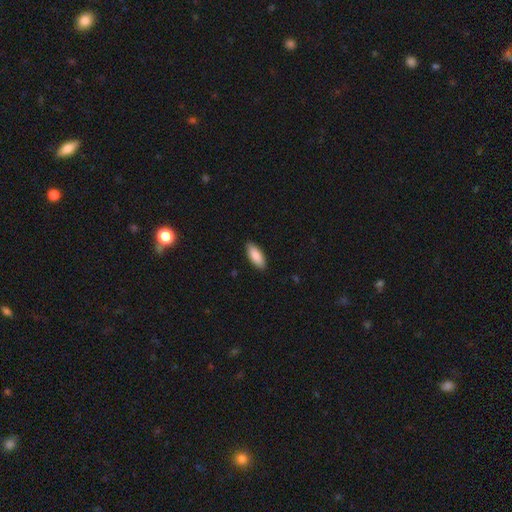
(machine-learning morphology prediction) A smooth galaxy with no disk features (88%) that is in between round and cigar-shaped (83%). Merging: none (89%).